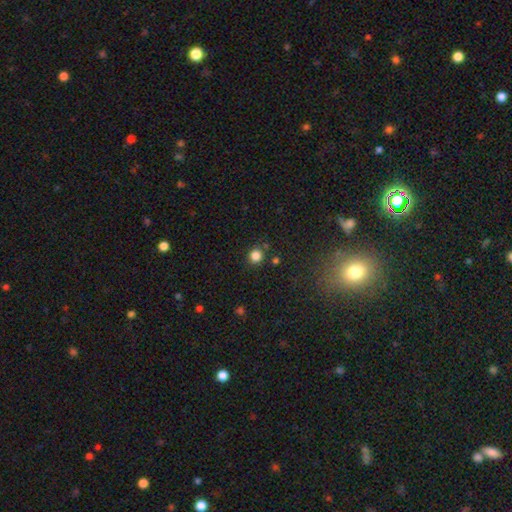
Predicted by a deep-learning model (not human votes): This appears to be a smooth galaxy with no disk features (83%) that is round (91%). Merging: none (85%).